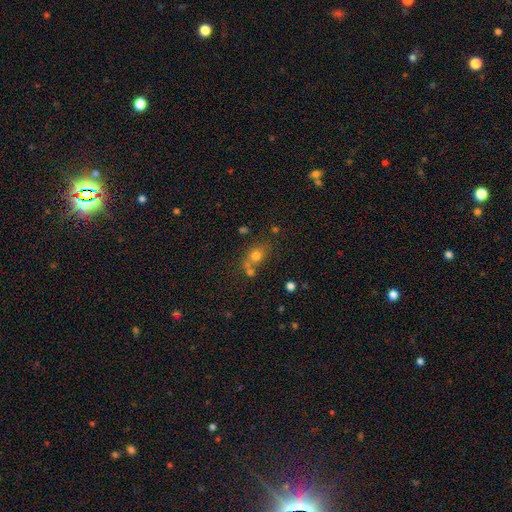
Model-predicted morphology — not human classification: This is likely a smooth galaxy (71%). How rounded: likely round (61%). Merging: possibly none (50%).